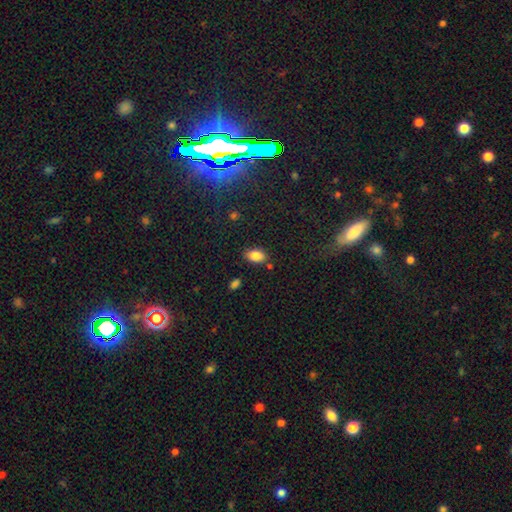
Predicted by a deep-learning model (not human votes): Smooth or featured: smooth — 84% (star or artifact — 9%)
How rounded: in between — 90% (round — 9%)
Merging: none — 80% (minor disturbance — 12%)